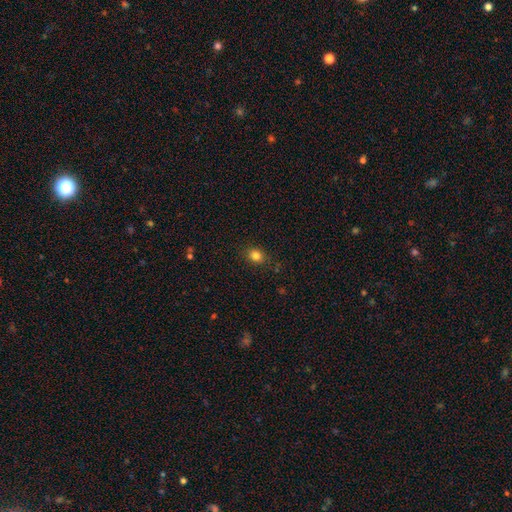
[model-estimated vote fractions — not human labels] This is clearly a smooth galaxy (82%). How rounded: possibly round (53%). Merging: clearly none (87%).